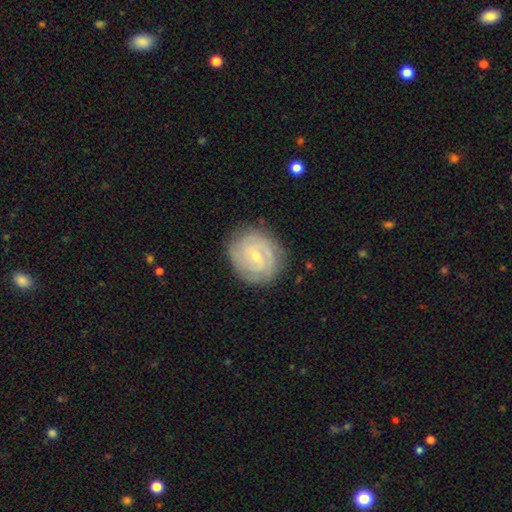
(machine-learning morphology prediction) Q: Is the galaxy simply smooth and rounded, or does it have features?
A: featured or disk — 83%.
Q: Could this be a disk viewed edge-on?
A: no — 98%.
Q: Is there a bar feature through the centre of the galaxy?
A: weak — 46%.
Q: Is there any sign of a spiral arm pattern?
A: yes — 95%.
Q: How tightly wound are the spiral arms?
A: tight — 75%.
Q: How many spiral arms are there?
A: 2 — 43%.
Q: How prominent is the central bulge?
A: small — 68%.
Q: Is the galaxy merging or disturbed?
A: none — 83%.